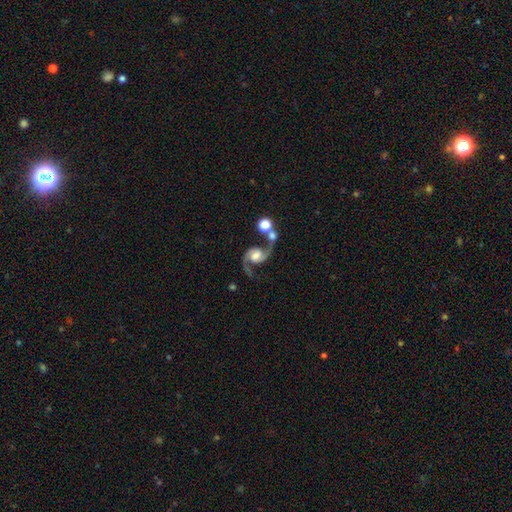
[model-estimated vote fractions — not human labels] Smooth or featured: featured or disk — 89% (smooth — 5%)
Edge-on disk: no — 98% (yes — 2%)
Bar: no — 57% (weak — 33%)
Spiral arms: yes — 98% (no — 2%)
Spiral winding: loose — 56% (medium — 37%)
Spiral arm count: 2 — 93% (1 — 2%)
Bulge size: moderate — 43% (large — 30%)
Merging: none — 52% (merger — 23%)